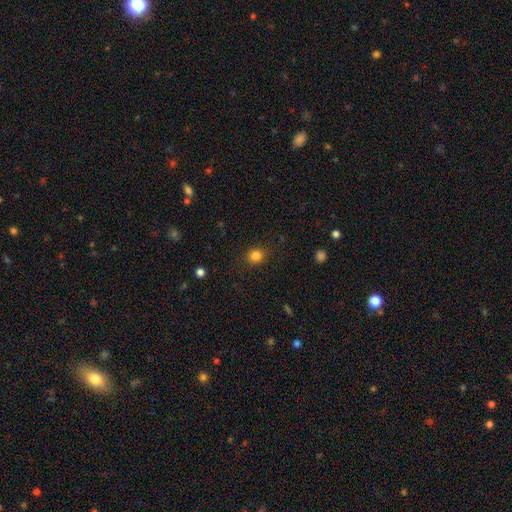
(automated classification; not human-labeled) Smooth or featured? Predicted: smooth (p=0.83). How rounded? Predicted: round (p=0.82). Merging? Predicted: none (p=0.86).